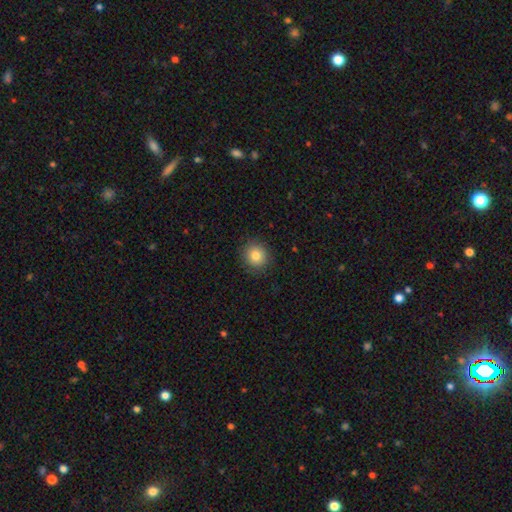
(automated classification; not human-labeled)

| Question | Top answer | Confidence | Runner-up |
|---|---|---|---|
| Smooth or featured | smooth | 82% | star or artifact (11%) |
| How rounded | round | 91% | in between (8%) |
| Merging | none | 90% | minor disturbance (7%) |